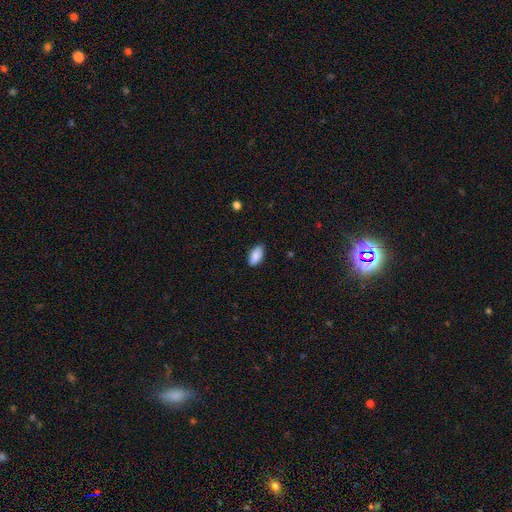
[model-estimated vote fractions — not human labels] smooth 85%, featured or disk 8%, star or artifact 7%. Down the decision tree: how rounded — in between (94%); merging — none (82%).